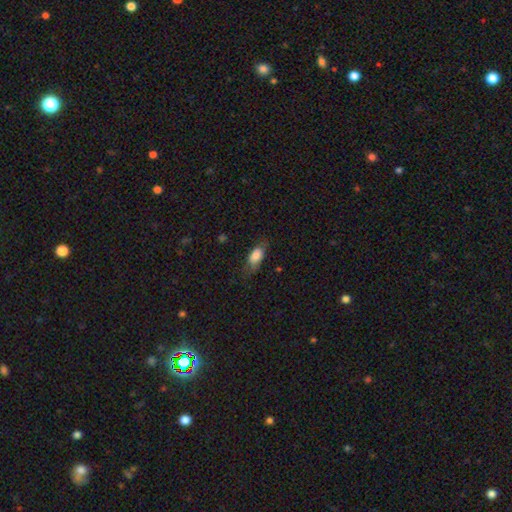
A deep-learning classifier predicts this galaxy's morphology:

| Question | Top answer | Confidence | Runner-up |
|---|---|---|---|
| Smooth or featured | smooth | 79% | featured or disk (14%) |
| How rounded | in between | 85% | cigar-shaped (10%) |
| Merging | none | 61% | minor disturbance (27%) |